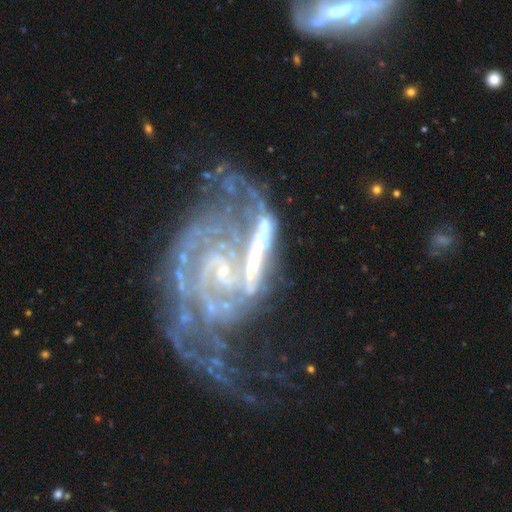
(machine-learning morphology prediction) smooth-or-featured: featured or disk: 83% | star or artifact: 9% | smooth: 8%
  disk-edge-on: no: 92% | yes: 8%
    bar: no: 45% | strong: 28% | weak: 27%
    has-spiral-arms: yes: 84% | no: 16%
      spiral-winding: tight: 49% | medium: 34% | loose: 17%
      spiral-arm-count: 2: 35% | can't tell: 32% | 3: 12% | 1: 8% | 4: 6% | more than 4: 6%
    bulge-size: small: 55% | none: 20% | moderate: 20% | large: 3% | dominant: 2%
  merging: major disturbance: 32% | none: 26% | merger: 25% | minor disturbance: 17%